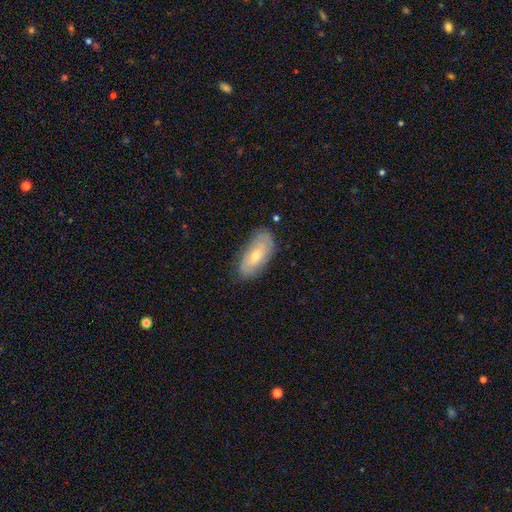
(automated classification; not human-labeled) Morphology: type=smooth (54%); roundness=in between (87%); merging=none (78%).